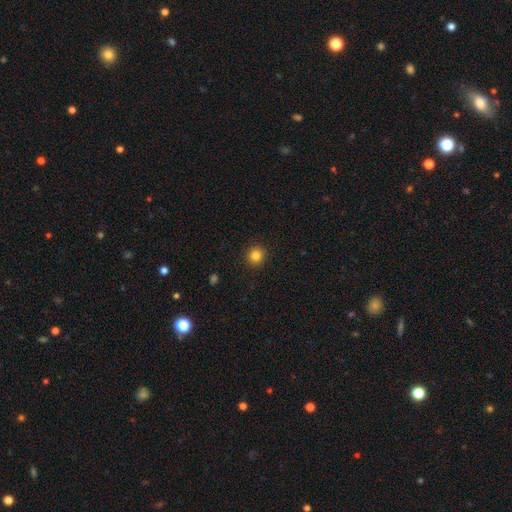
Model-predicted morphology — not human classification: Overall: smooth (83%). How rounded: round (93%). Merging: none (92%).